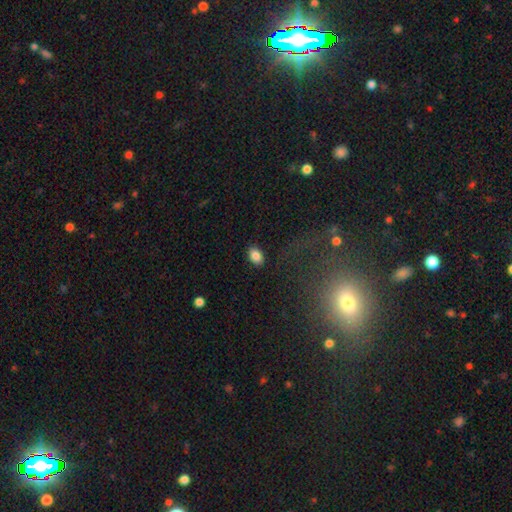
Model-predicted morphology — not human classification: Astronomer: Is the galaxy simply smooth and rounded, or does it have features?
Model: smooth — 85%.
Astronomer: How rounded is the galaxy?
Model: in between — 79%.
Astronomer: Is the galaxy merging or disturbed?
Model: none — 87%.